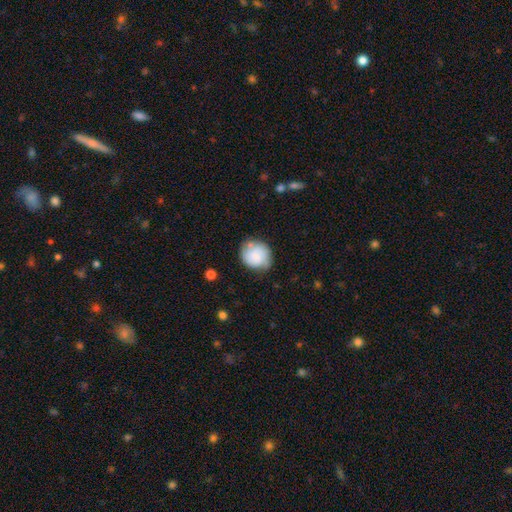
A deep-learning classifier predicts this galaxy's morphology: The model was most divided on "merging": none: 63%, minor disturbance: 26%, major disturbance: 7%, merger: 4%. More confident: how rounded — round (79%); smooth or featured — smooth (69%).